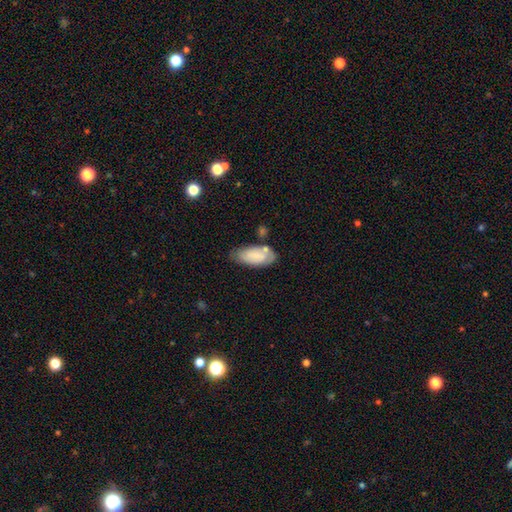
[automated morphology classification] smooth 66%, featured or disk 28%, star or artifact 7%. Down the decision tree: how rounded — in between (90%); merging — none (56%).